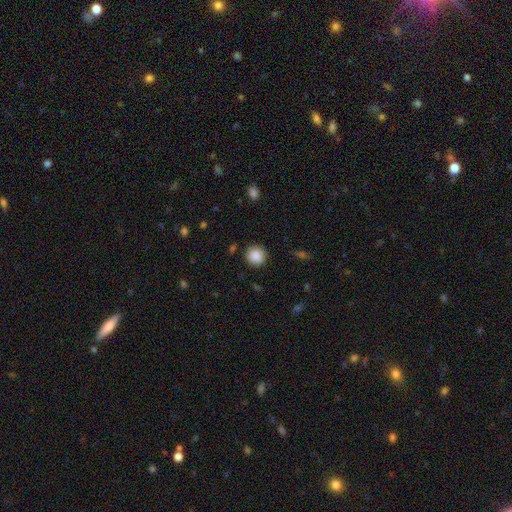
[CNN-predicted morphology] Overall: smooth (88%). How rounded: round (92%). Merging: none (89%).